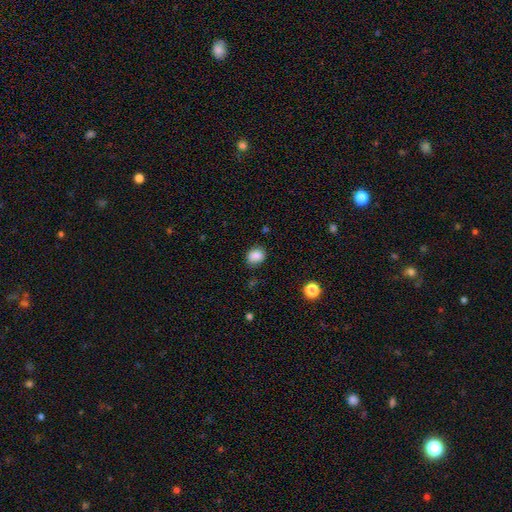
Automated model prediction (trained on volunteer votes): Q: Smooth or featured?
A: smooth (86%); runner-up: star or artifact (10%)
Q: How rounded?
A: in between (53%); runner-up: round (46%)
Q: Merging?
A: none (78%); runner-up: minor disturbance (16%)